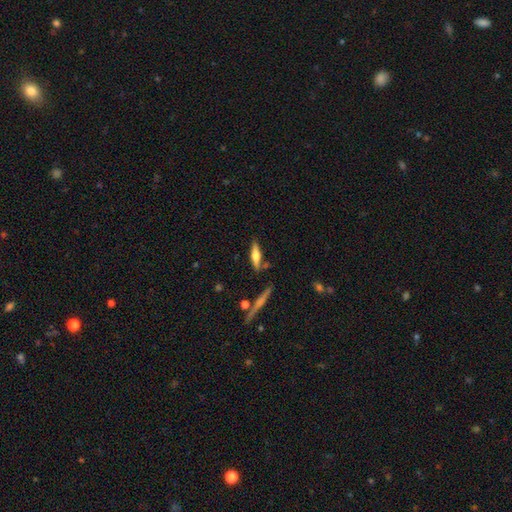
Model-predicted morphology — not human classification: Q: Smooth or featured?
A: smooth (47%); runner-up: featured or disk (46%)
Q: Merging?
A: none (78%); runner-up: minor disturbance (12%)